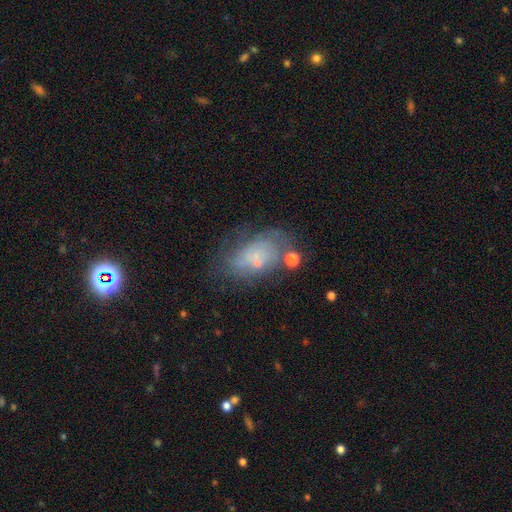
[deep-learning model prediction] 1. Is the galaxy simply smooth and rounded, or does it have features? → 51% featured or disk, 36% smooth, 13% star or artifact.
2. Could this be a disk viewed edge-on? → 95% no, 5% yes.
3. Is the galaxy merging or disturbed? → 50% none, 25% minor disturbance, 17% major disturbance, 8% merger.